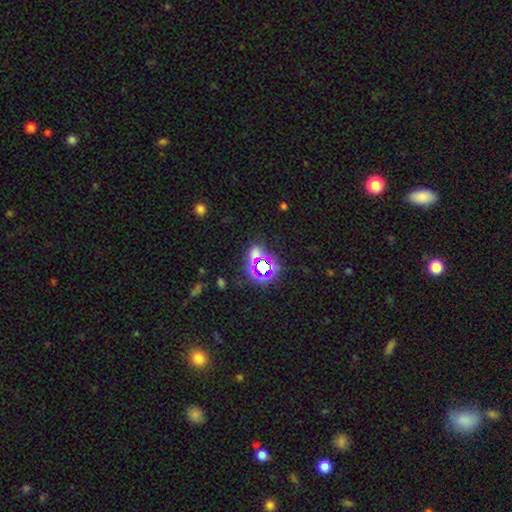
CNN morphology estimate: Smooth or featured? Predicted: star or artifact (p=0.62).